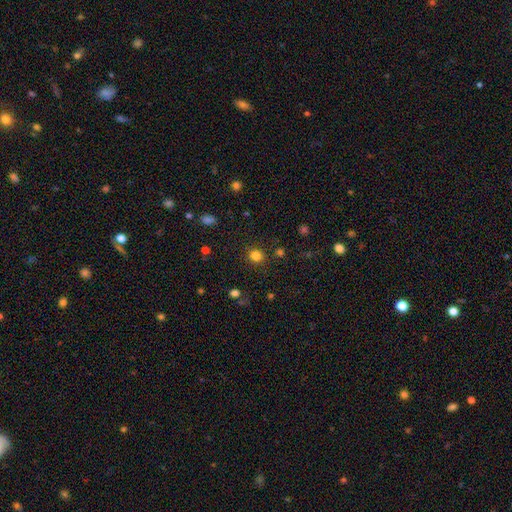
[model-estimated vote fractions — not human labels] A smooth galaxy with no disk features (82%) that is round (85%). Merging: none (88%).